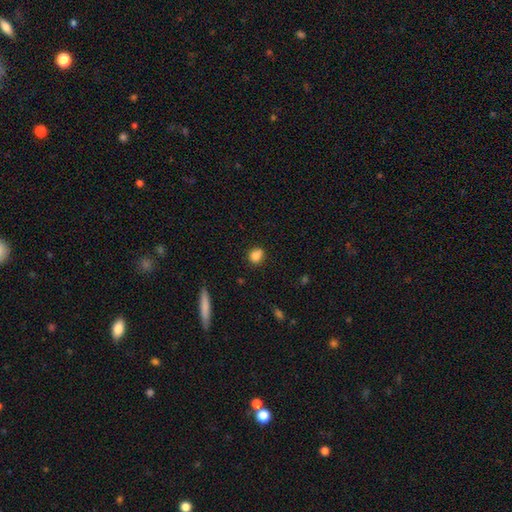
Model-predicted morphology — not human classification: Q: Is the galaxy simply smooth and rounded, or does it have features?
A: smooth — 82%.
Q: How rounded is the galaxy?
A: round — 74%.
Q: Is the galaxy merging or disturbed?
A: none — 69%.